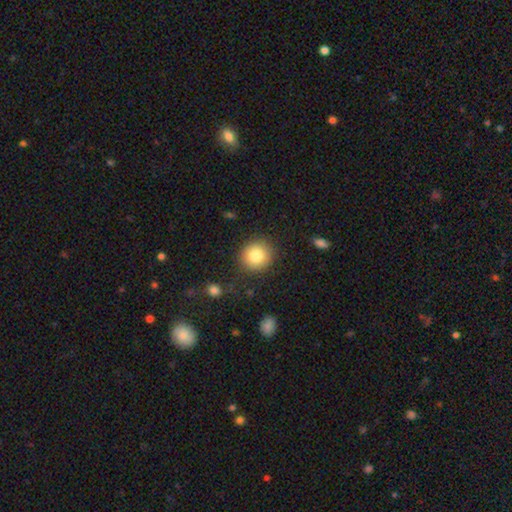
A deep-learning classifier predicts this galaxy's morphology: type=smooth (84%); roundness=round (87%); merging=none (86%).